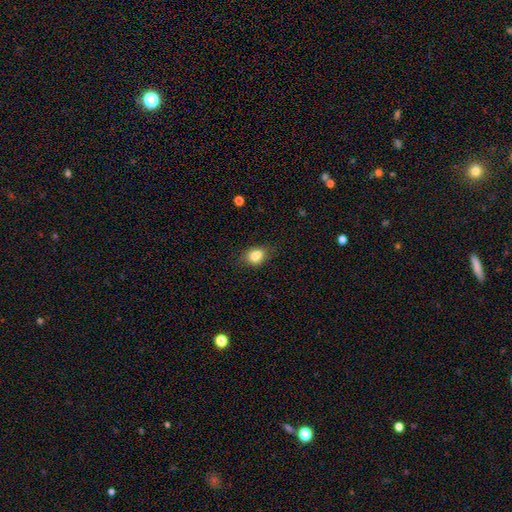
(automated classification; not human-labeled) Morphology: type=smooth (79%); roundness=in between (58%); merging=none (58%).